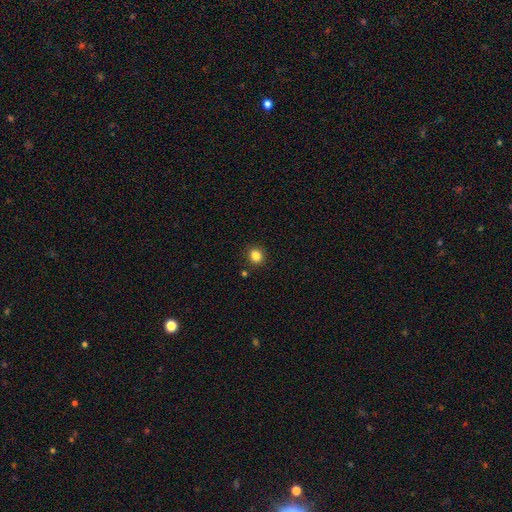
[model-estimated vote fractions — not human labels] Smooth or featured? Predicted: smooth (p=0.84). How rounded? Predicted: round (p=0.85). Merging? Predicted: none (p=0.89).